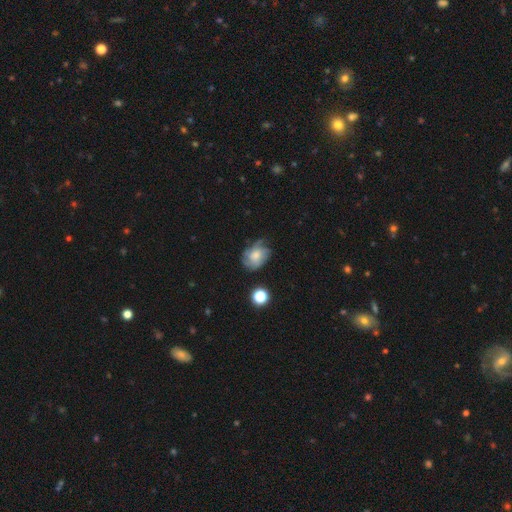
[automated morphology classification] Smooth or featured?
  - featured or disk: 50% *
  - smooth: 40%
  - star or artifact: 10%
Edge-on disk?
  - no: 97% *
  - yes: 3%
Merging?
  - none: 52% *
  - minor disturbance: 29%
  - major disturbance: 17%
  - merger: 3%